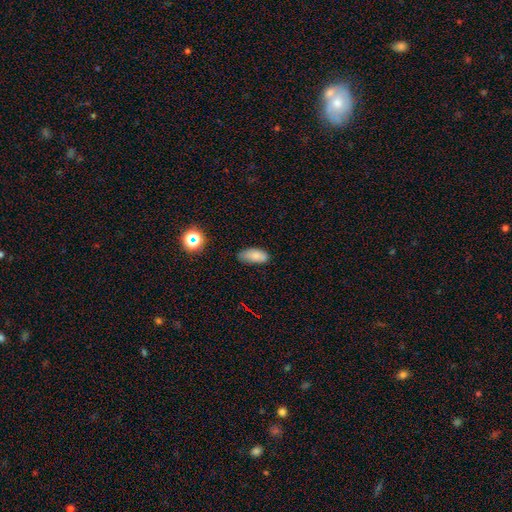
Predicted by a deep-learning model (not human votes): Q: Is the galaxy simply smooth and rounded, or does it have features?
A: smooth — 81%.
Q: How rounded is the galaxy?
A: in between — 89%.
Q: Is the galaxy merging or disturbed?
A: none — 68%.